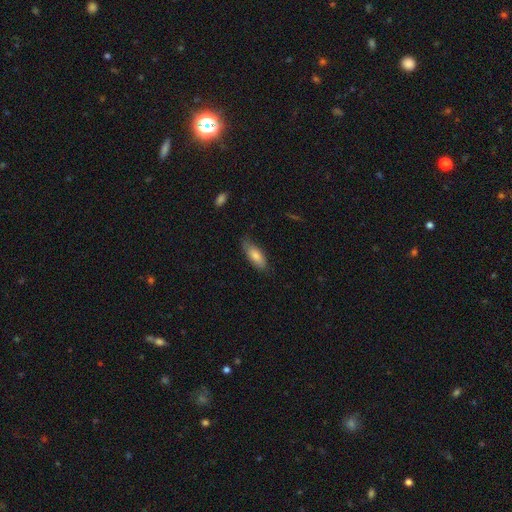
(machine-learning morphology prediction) smooth_or_featured: smooth (p=0.79) [alt: featured or disk p=0.15]
how_rounded: in between (p=0.72) [alt: cigar-shaped p=0.27]
merging: none (p=0.71) [alt: minor disturbance p=0.23]